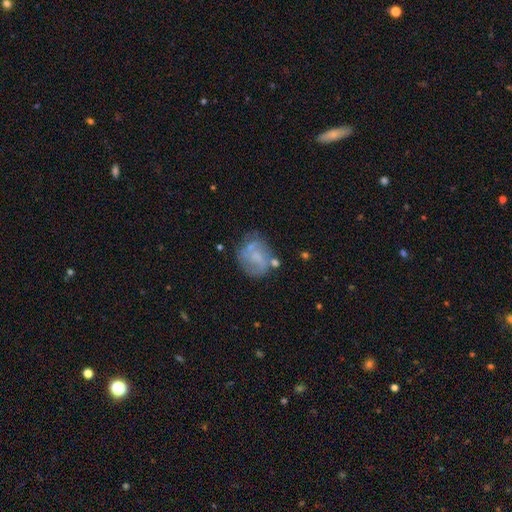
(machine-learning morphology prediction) smooth-or-featured: featured or disk: 49% | smooth: 41% | star or artifact: 10%
  merging: none: 54% | minor disturbance: 23% | major disturbance: 13% | merger: 10%